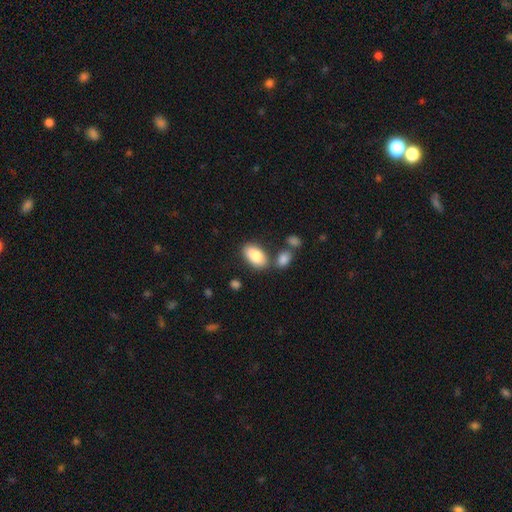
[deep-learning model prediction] Overall: smooth (82%). How rounded: in between (93%). Merging: none (73%).